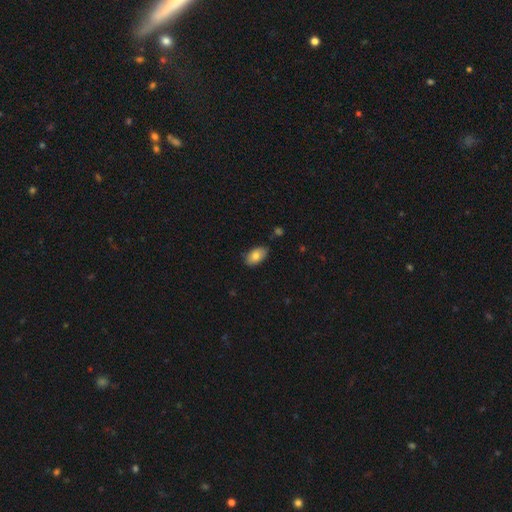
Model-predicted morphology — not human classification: Smooth or featured: smooth — 80% (featured or disk — 13%)
How rounded: in between — 93% (round — 6%)
Merging: none — 80% (minor disturbance — 16%)